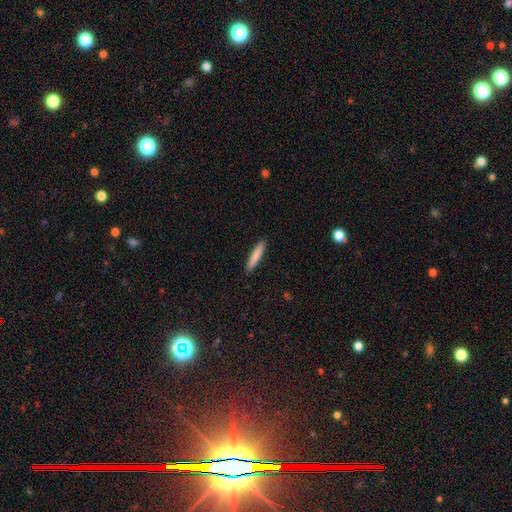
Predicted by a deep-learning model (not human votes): smooth_or_featured: smooth (p=0.82) [alt: featured or disk p=0.12]
how_rounded: cigar-shaped (p=0.89) [alt: in between p=0.10]
merging: none (p=0.91) [alt: minor disturbance p=0.06]